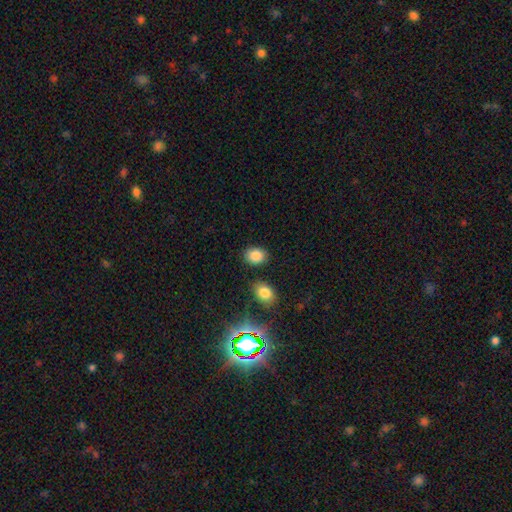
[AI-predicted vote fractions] This is clearly a smooth galaxy (85%). How rounded: likely in between (61%). Merging: clearly none (82%).